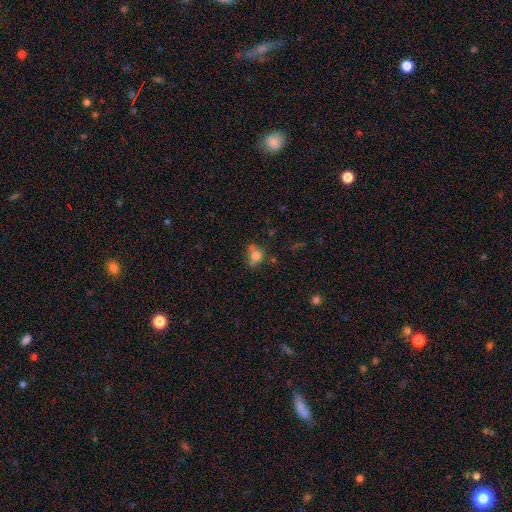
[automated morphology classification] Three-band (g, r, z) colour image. It shows a smooth galaxy with no disk features (72%) that is round (52%). Merging: none (42%).